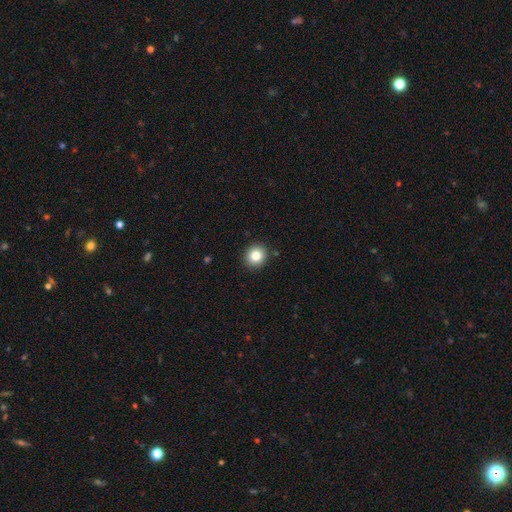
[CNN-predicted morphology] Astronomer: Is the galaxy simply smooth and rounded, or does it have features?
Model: smooth — 83%.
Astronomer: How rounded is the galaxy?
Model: round — 87%.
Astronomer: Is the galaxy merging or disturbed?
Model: none — 90%.